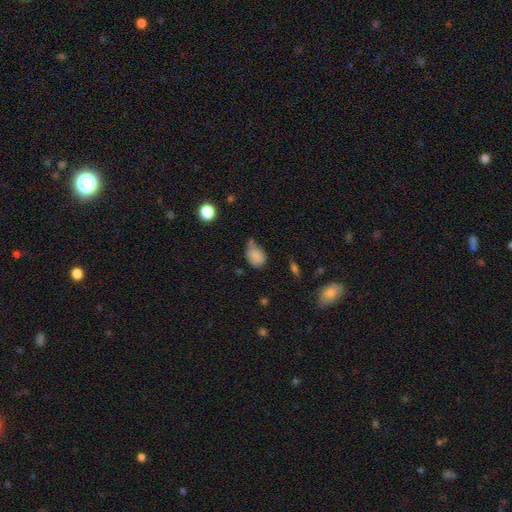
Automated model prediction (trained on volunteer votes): smooth-or-featured: smooth: 82% | star or artifact: 10% | featured or disk: 8%
  how-rounded: in between: 70% | round: 29% | cigar-shaped: 1%
  merging: none: 41% | minor disturbance: 39% | major disturbance: 12% | merger: 8%